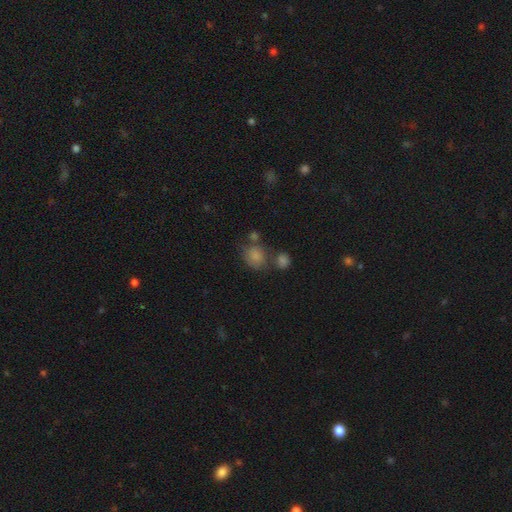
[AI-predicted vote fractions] A smooth galaxy with no disk features (80%) that is round (69%).

Vote fractions:
- Smooth or featured? smooth: 80% / star or artifact: 11% / featured or disk: 9%
- How rounded? round: 69% / in between: 30% / cigar-shaped: 1%
- Merging? none: 49% / merger: 26% / minor disturbance: 17% / major disturbance: 8%